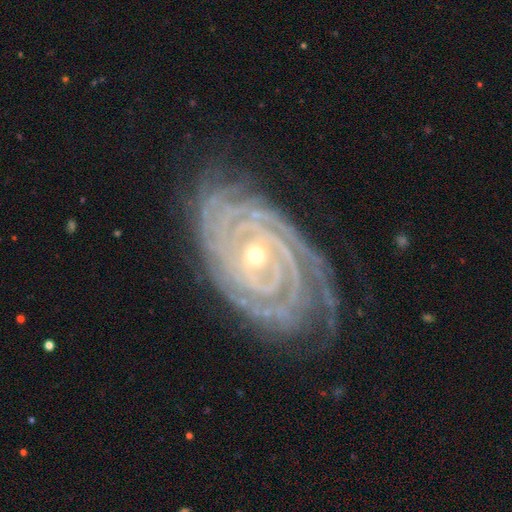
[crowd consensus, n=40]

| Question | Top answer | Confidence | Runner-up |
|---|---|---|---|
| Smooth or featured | featured or disk | 95% | star or artifact (5%) |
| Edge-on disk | no | 89% | yes (11%) |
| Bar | no | 74% | strong (18%) |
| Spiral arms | yes | 100% | — |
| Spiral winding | tight | 91% | medium (9%) |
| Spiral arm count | can't tell | 29% | 2 (26%) |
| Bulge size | small | 71% | moderate (29%) |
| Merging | none | 71% | minor disturbance (13%) |